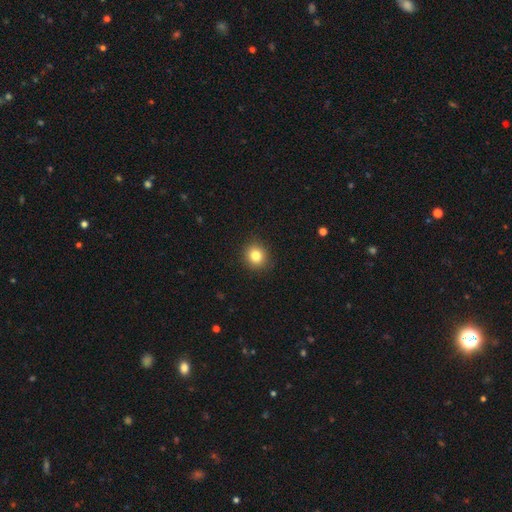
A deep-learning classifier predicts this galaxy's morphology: The model was most divided on "how rounded": round: 85%, in between: 14%, cigar-shaped: 1%. More confident: merging — none (91%); smooth or featured — smooth (82%).